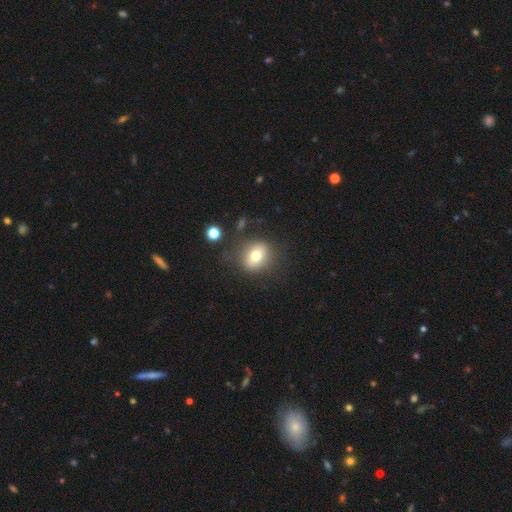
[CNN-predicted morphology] The model was most divided on "how rounded": round: 57%, in between: 41%, cigar-shaped: 2%. More confident: merging — none (76%); smooth or featured — smooth (68%).